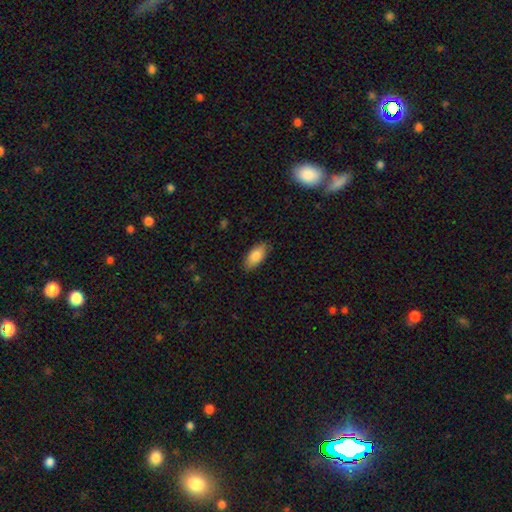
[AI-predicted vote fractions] Overall: smooth (85%). How rounded: in between (90%). Merging: none (86%).